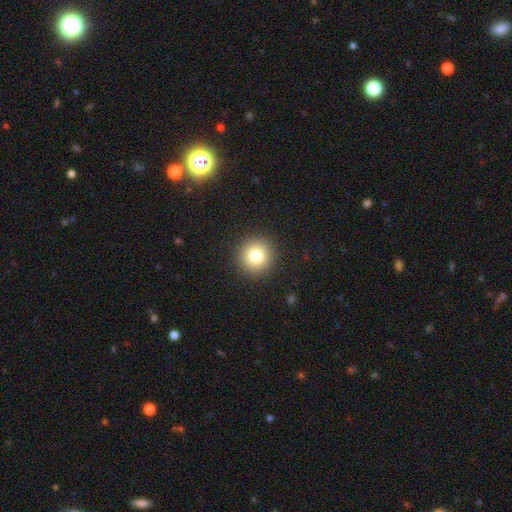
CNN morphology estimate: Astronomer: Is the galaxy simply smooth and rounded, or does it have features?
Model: smooth — 80%.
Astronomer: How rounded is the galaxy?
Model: round — 94%.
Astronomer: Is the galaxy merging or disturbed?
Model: none — 92%.